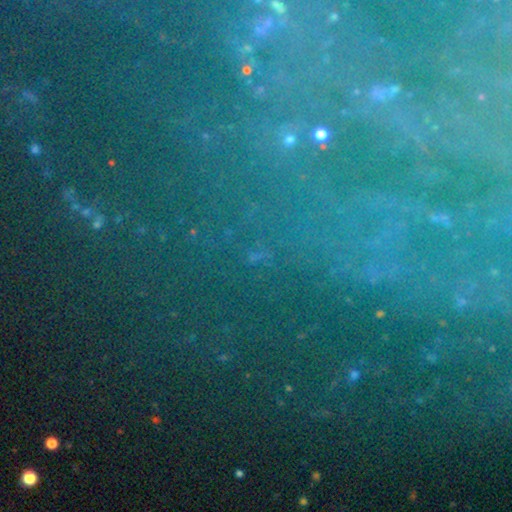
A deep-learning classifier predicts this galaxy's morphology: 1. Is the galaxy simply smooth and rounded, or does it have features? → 66% star or artifact, 18% featured or disk, 15% smooth.